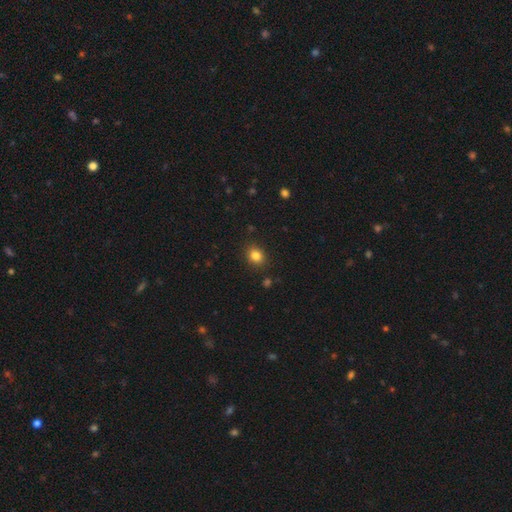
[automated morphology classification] Smooth or featured?
  - smooth: 83% *
  - star or artifact: 12%
  - featured or disk: 5%
How rounded?
  - round: 59% *
  - in between: 40%
  - cigar-shaped: 1%
Merging?
  - none: 87% *
  - minor disturbance: 9%
  - major disturbance: 3%
  - merger: 2%